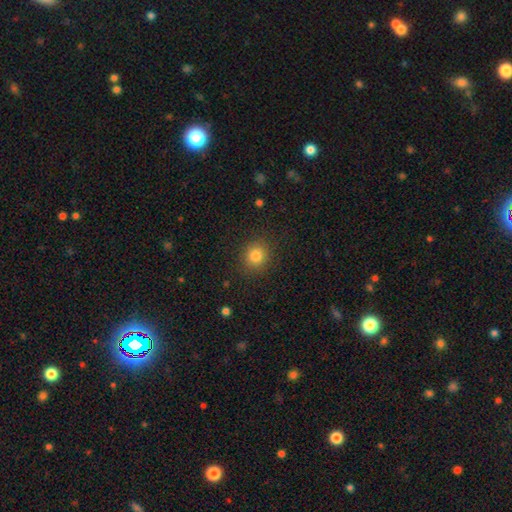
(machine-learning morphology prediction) This is clearly a smooth galaxy (83%). How rounded: clearly round (87%). Merging: clearly none (89%).